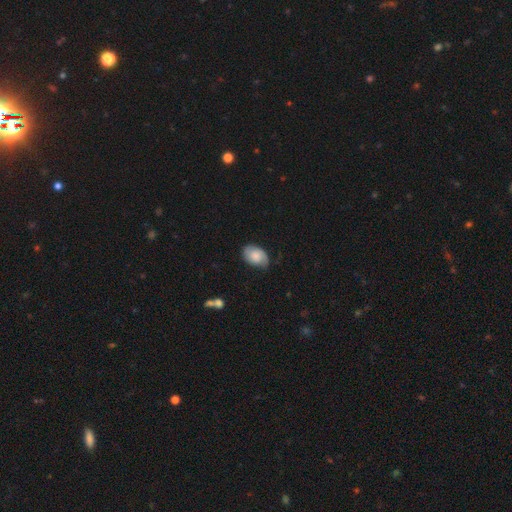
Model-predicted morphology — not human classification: This is possibly a smooth galaxy (54%). How rounded: clearly in between (83%). Merging: likely none (67%).